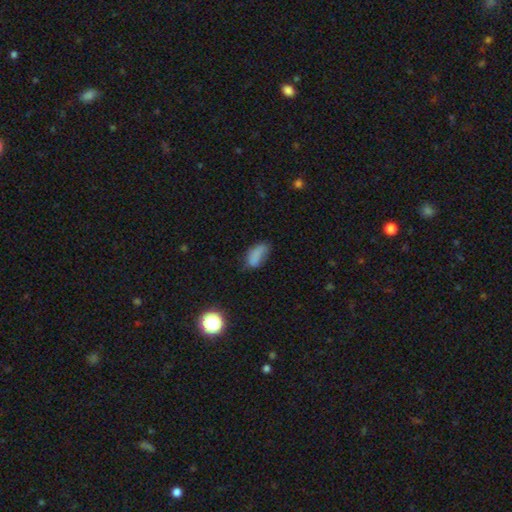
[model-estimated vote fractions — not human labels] A smooth galaxy with no disk features (76%) that is in between round and cigar-shaped (88%).

Vote fractions:
- Smooth or featured? smooth: 76% / star or artifact: 12% / featured or disk: 11%
- How rounded? in between: 88% / cigar-shaped: 7% / round: 4%
- Merging? none: 46% / minor disturbance: 33% / major disturbance: 17% / merger: 4%